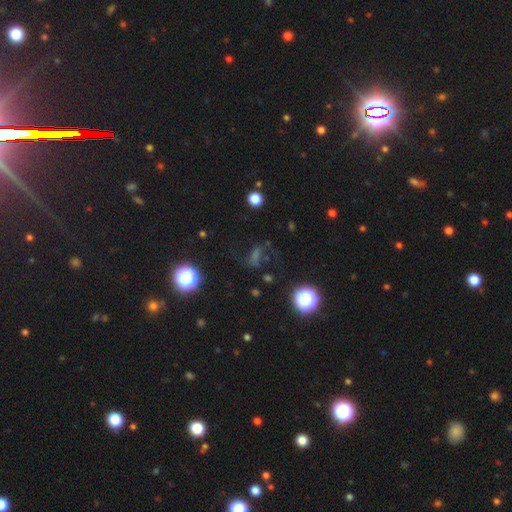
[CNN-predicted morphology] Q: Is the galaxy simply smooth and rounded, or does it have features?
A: star or artifact — 37%.